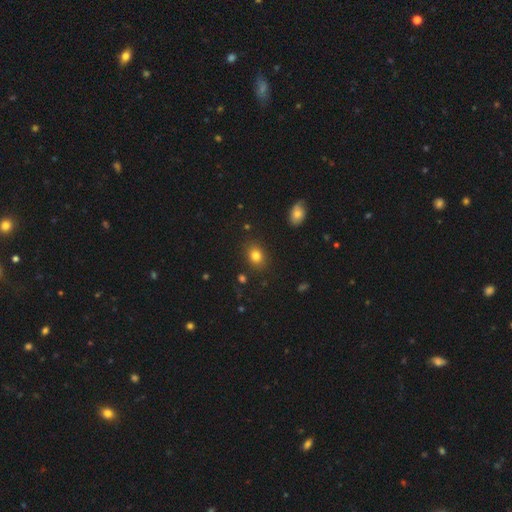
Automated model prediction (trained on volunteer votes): A smooth galaxy with no disk features (82%) that is in between round and cigar-shaped (60%).

Vote fractions:
- Smooth or featured? smooth: 82% / star or artifact: 11% / featured or disk: 7%
- How rounded? in between: 60% / round: 38% / cigar-shaped: 1%
- Merging? none: 85% / minor disturbance: 10% / major disturbance: 3% / merger: 2%